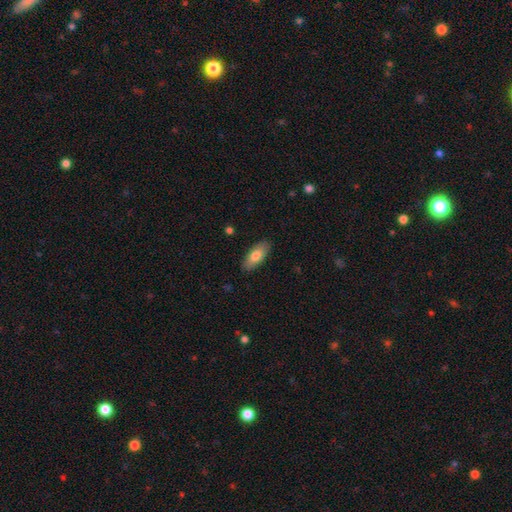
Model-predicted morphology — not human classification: smooth-or-featured: smooth: 79% | featured or disk: 15% | star or artifact: 6%
  how-rounded: in between: 83% | cigar-shaped: 15% | round: 2%
  merging: none: 87% | minor disturbance: 10% | major disturbance: 2% | merger: 1%